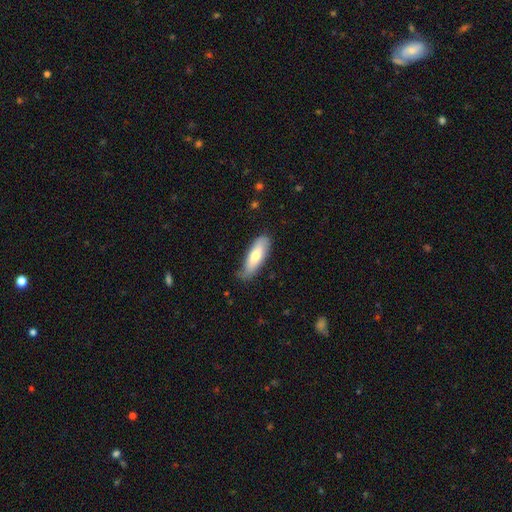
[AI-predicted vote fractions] A smooth galaxy with no disk features (69%) that is in between round and cigar-shaped (63%).

Vote fractions:
- Smooth or featured? smooth: 69% / featured or disk: 25% / star or artifact: 6%
- How rounded? in between: 63% / cigar-shaped: 35% / round: 2%
- Merging? none: 69% / minor disturbance: 25% / major disturbance: 4% / merger: 2%